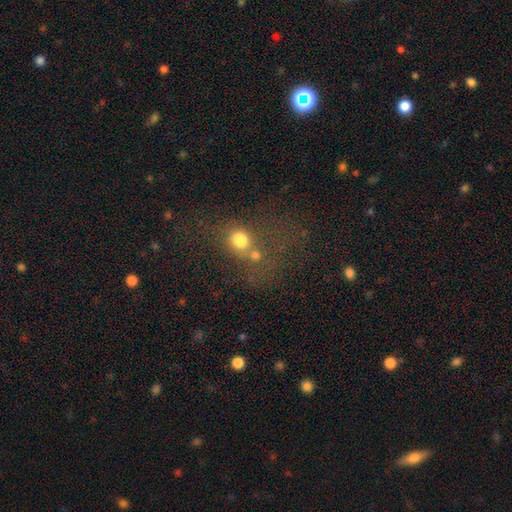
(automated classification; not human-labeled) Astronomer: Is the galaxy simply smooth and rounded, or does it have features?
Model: smooth — 66%.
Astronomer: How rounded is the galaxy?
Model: round — 70%.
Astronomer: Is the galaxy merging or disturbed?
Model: merger — 41% (runner-up: none, 37%).